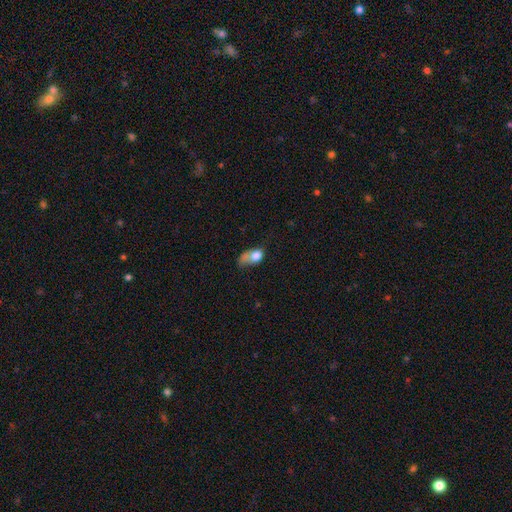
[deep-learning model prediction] smooth_or_featured: smooth (p=0.71) [alt: featured or disk p=0.20]
how_rounded: in between (p=0.76) [alt: round p=0.20]
merging: major disturbance (p=0.43) [alt: minor disturbance p=0.26]